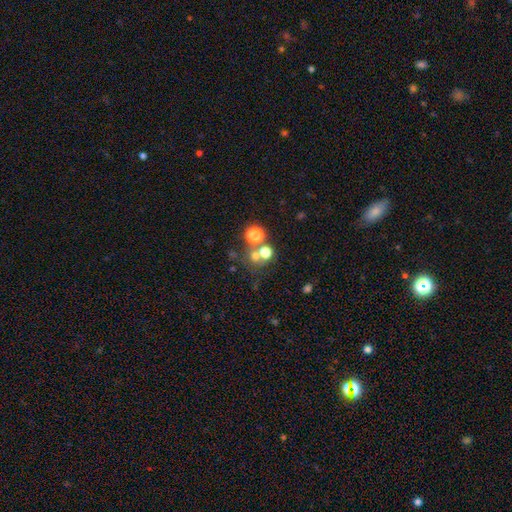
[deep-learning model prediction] smooth_or_featured: smooth (p=0.61) [alt: star or artifact p=0.26]
how_rounded: round (p=0.87) [alt: in between p=0.12]
merging: none (p=0.56) [alt: merger p=0.33]